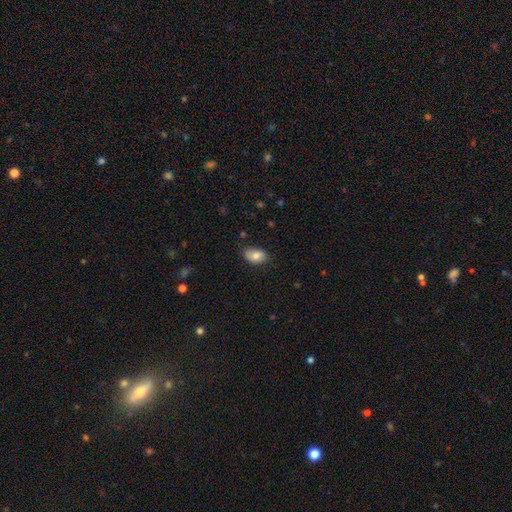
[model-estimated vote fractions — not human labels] This appears to be a smooth galaxy with no disk features (78%) that is in between round and cigar-shaped (87%). Merging: none (73%).